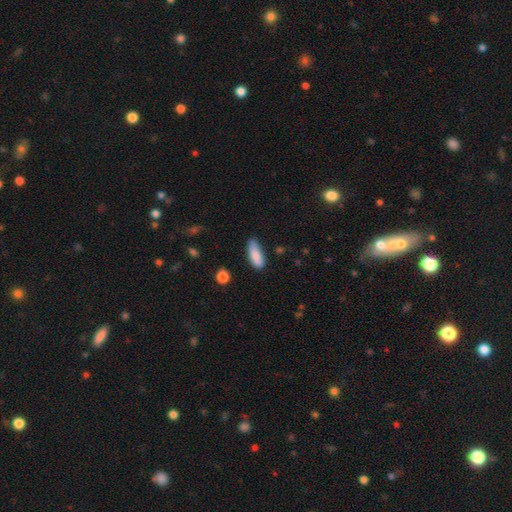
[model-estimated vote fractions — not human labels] Smooth or featured?
  - smooth: 86% *
  - featured or disk: 8%
  - star or artifact: 7%
How rounded?
  - in between: 57% *
  - cigar-shaped: 41%
  - round: 2%
Merging?
  - none: 71% *
  - minor disturbance: 23%
  - major disturbance: 4%
  - merger: 2%